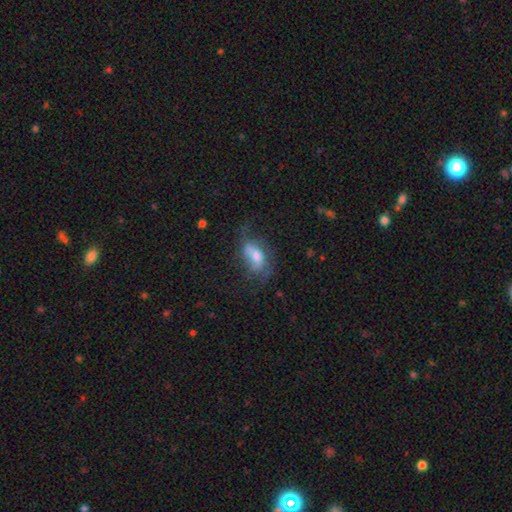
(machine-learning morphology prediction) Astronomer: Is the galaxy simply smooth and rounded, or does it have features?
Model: smooth — 46% (runner-up: featured or disk, 43%).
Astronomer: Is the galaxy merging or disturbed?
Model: none — 40% (runner-up: major disturbance, 28%).